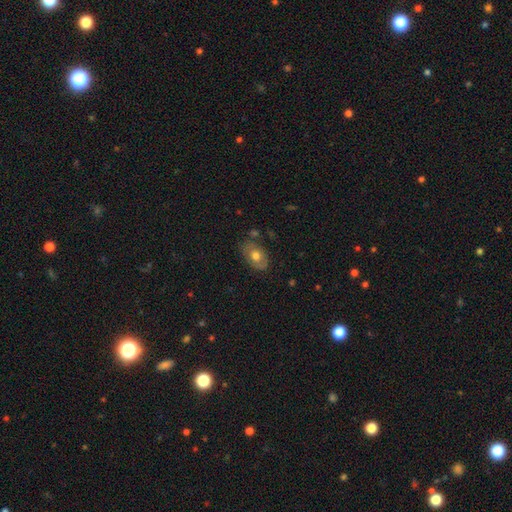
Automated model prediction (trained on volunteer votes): Smooth or featured: smooth — 62% (featured or disk — 30%)
How rounded: in between — 83% (round — 15%)
Merging: none — 71% (minor disturbance — 21%)